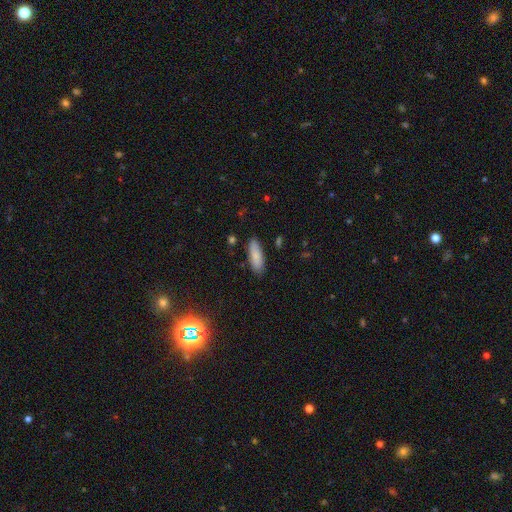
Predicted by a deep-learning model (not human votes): Smooth or featured? Predicted: smooth (p=0.84). How rounded? Predicted: in between (p=0.63). Merging? Predicted: none (p=0.85).